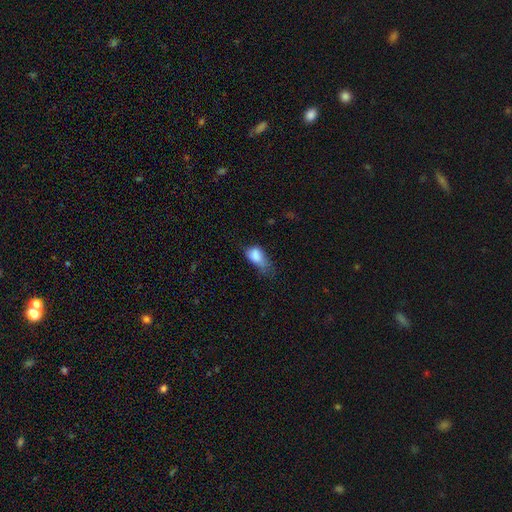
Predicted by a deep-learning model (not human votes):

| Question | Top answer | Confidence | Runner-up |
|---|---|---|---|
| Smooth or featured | smooth | 80% | featured or disk (10%) |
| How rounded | in between | 84% | round (12%) |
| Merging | minor disturbance | 38% | tied: major disturbance (38%) |